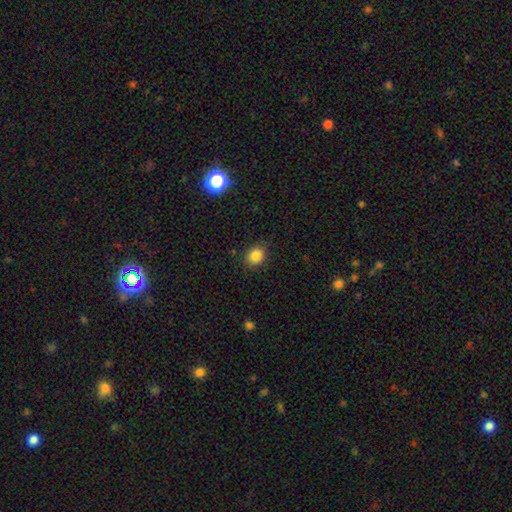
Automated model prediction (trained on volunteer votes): Smooth or featured? smooth (84%)
How rounded? round (56%)
Merging? none (83%)